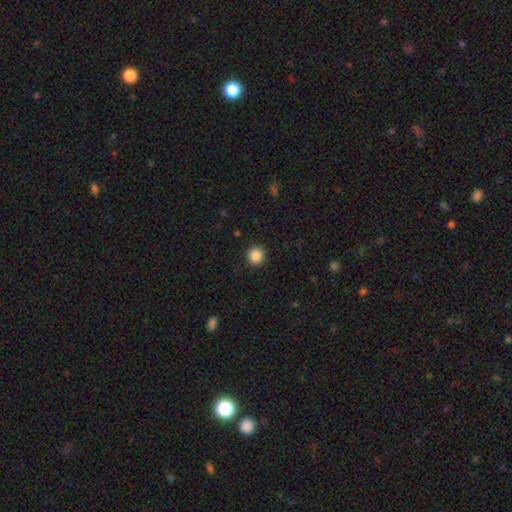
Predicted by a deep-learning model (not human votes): Smooth or featured: smooth — 87% (star or artifact — 10%)
How rounded: round — 93% (in between — 6%)
Merging: none — 92% (minor disturbance — 5%)